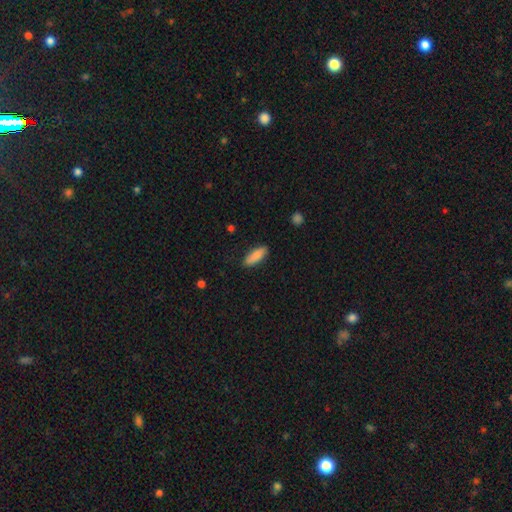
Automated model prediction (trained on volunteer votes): This appears to be a smooth galaxy with no disk features (87%) that is in between round and cigar-shaped (57%). Merging: none (87%).